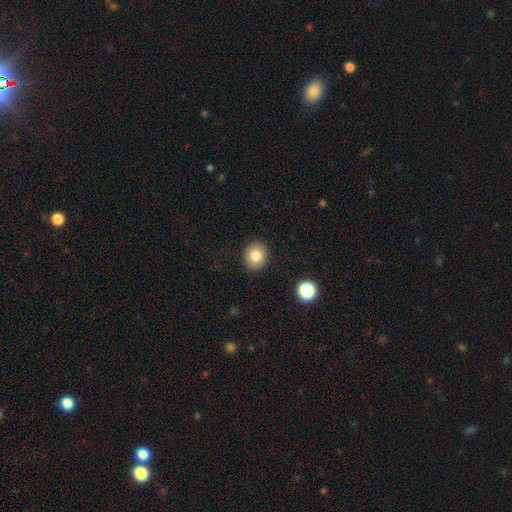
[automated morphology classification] type=smooth (81%); roundness=round (64%); merging=none (89%).